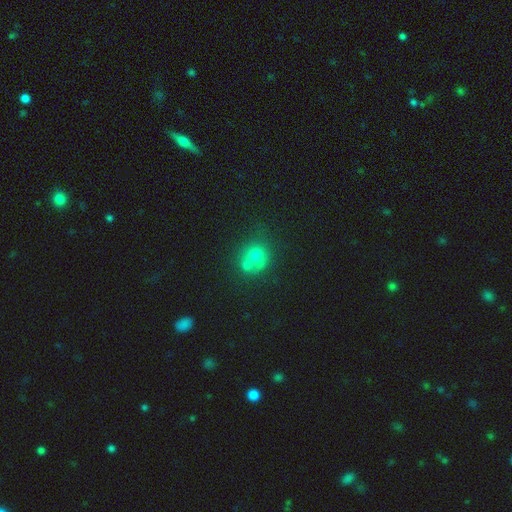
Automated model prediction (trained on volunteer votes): smooth 65%, featured or disk 20%, star or artifact 15%. Down the decision tree: how rounded — round (77%); merging — merger (46%).